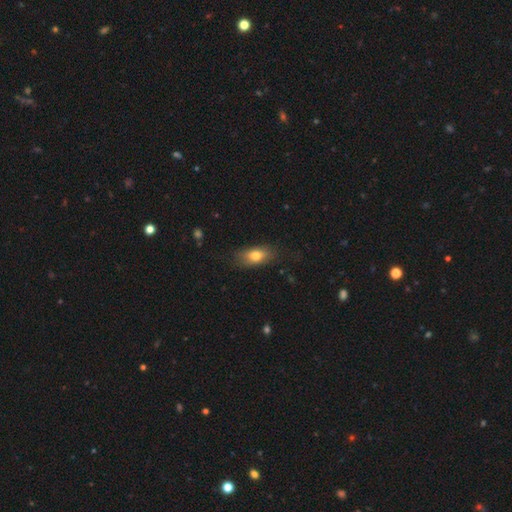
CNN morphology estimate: A smooth galaxy with no disk features (73%) that is in between round and cigar-shaped (81%).

Vote fractions:
- Smooth or featured? smooth: 73% / featured or disk: 19% / star or artifact: 8%
- How rounded? in between: 81% / cigar-shaped: 10% / round: 8%
- Merging? none: 78% / minor disturbance: 17% / major disturbance: 4% / merger: 1%